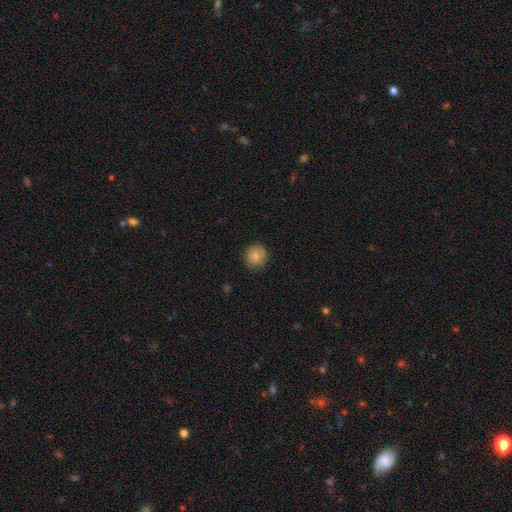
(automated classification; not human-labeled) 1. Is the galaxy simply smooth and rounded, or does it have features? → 83% smooth, 9% star or artifact, 8% featured or disk.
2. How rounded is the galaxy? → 89% round, 10% in between, 1% cigar-shaped.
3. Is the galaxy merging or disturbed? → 82% none, 14% minor disturbance, 3% major disturbance, 1% merger.